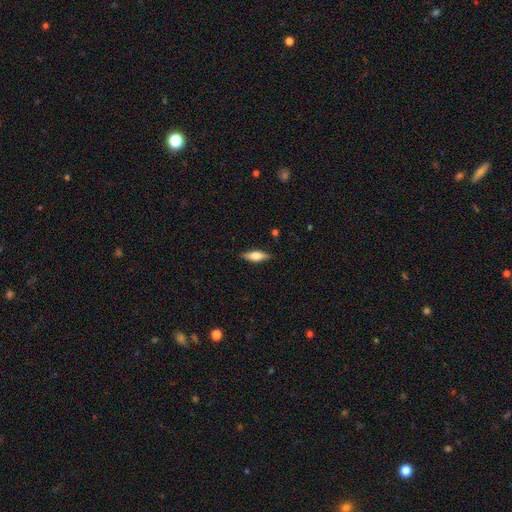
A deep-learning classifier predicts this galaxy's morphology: Smooth or featured? smooth (58%)
How rounded? in between (54%)
Merging? none (86%)